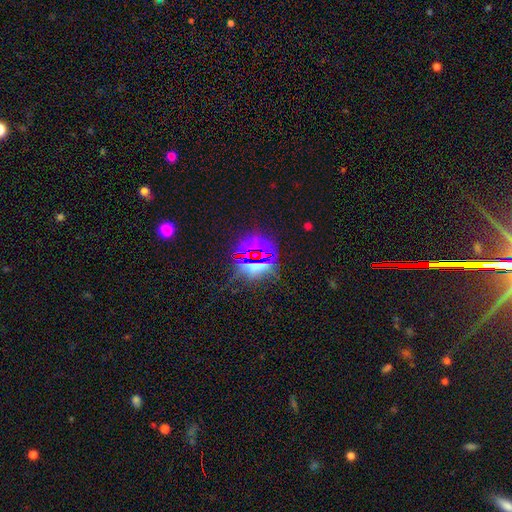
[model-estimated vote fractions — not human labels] This appears to be a star or artifact, not a galaxy (69%).